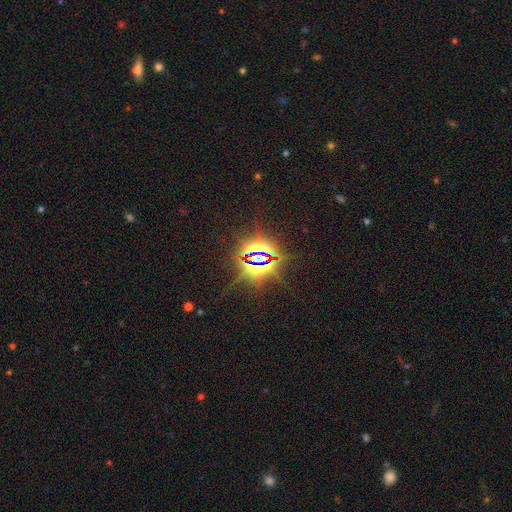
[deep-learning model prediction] A star or artifact, not a galaxy (84%).

Vote fractions:
- Smooth or featured? star or artifact: 84% / smooth: 8% / featured or disk: 8%